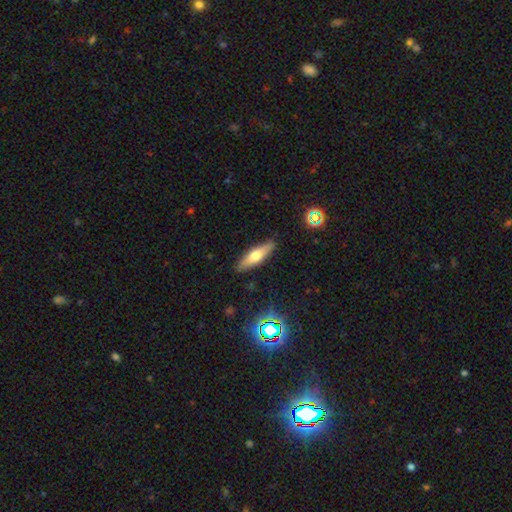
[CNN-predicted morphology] Smooth or featured?
  - smooth: 57% *
  - featured or disk: 35%
  - star or artifact: 8%
How rounded?
  - cigar-shaped: 61% *
  - in between: 36%
  - round: 2%
Merging?
  - none: 88% *
  - minor disturbance: 9%
  - major disturbance: 2%
  - merger: 1%